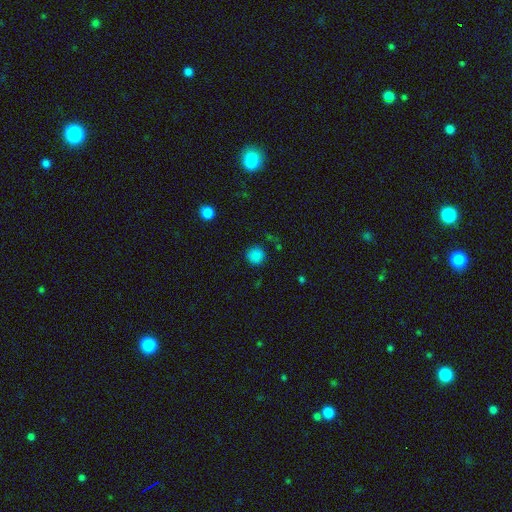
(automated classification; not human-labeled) Q: Smooth or featured?
A: smooth (84%); runner-up: star or artifact (13%)
Q: How rounded?
A: round (94%); runner-up: in between (5%)
Q: Merging?
A: none (87%); runner-up: minor disturbance (8%)